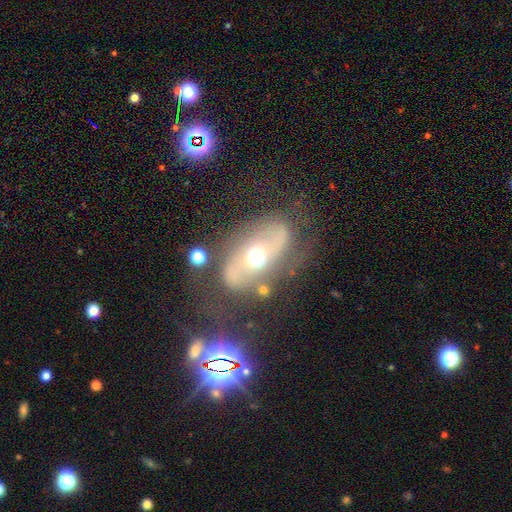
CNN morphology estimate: Q: Smooth or featured?
A: featured or disk (72%); runner-up: smooth (16%)
Q: Edge-on disk?
A: no (93%); runner-up: yes (7%)
Q: Bar?
A: no (46%); runner-up: weak (32%)
Q: Spiral arms?
A: yes (80%); runner-up: no (20%)
Q: Spiral winding?
A: medium (42%); runner-up: loose (33%)
Q: Spiral arm count?
A: 2 (81%); runner-up: can't tell (12%)
Q: Bulge size?
A: moderate (70%); runner-up: small (20%)
Q: Merging?
A: none (65%); runner-up: minor disturbance (18%)